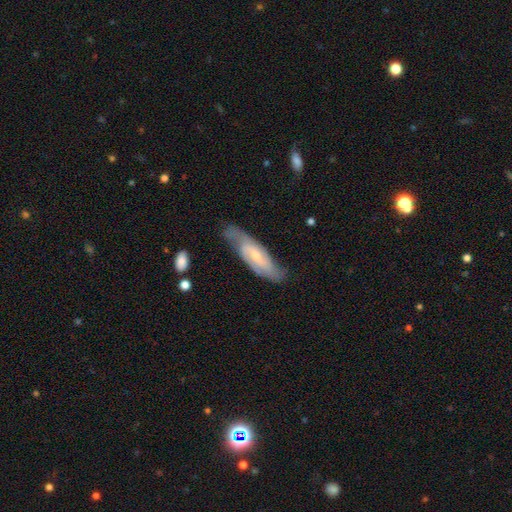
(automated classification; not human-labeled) smooth_or_featured: featured or disk (p=0.70) [alt: smooth p=0.24]
disk_edge_on: no (p=0.82) [alt: yes p=0.18]
bar: weak (p=0.45) [alt: no p=0.43]
has_spiral_arms: yes (p=0.92) [alt: no p=0.08]
spiral_winding: medium (p=0.46) [alt: tight p=0.35]
spiral_arm_count: 2 (p=0.69) [alt: can't tell p=0.19]
bulge_size: small (p=0.57) [alt: moderate p=0.35]
merging: none (p=0.67) [alt: minor disturbance p=0.24]